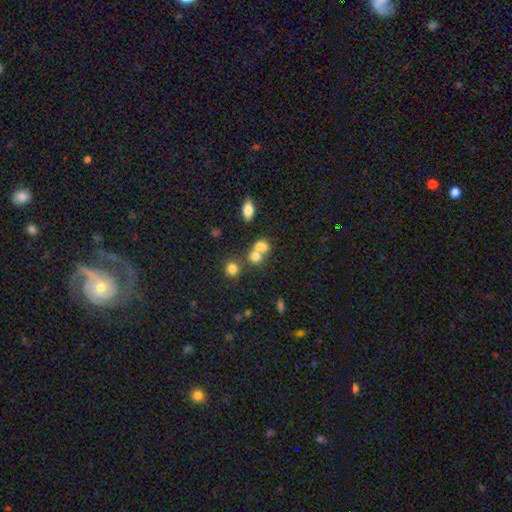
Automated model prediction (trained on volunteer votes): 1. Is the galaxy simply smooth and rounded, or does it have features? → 70% smooth, 16% star or artifact, 14% featured or disk.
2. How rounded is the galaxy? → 69% round, 30% in between, 2% cigar-shaped.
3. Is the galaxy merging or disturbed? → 47% merger, 40% none, 8% minor disturbance, 5% major disturbance.